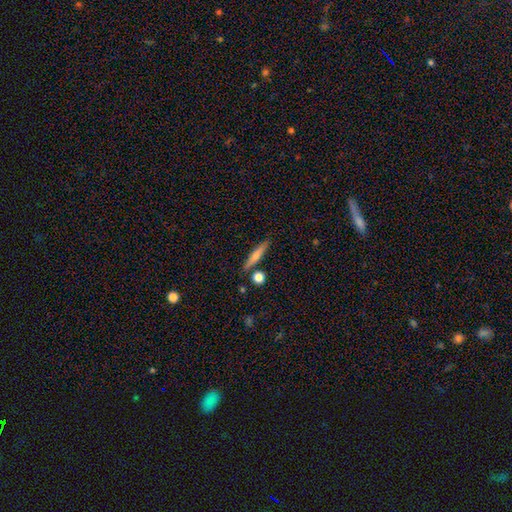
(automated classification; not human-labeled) Overall: smooth (63%; featured or disk 30%). How rounded: cigar-shaped (88%). Merging: none (82%).